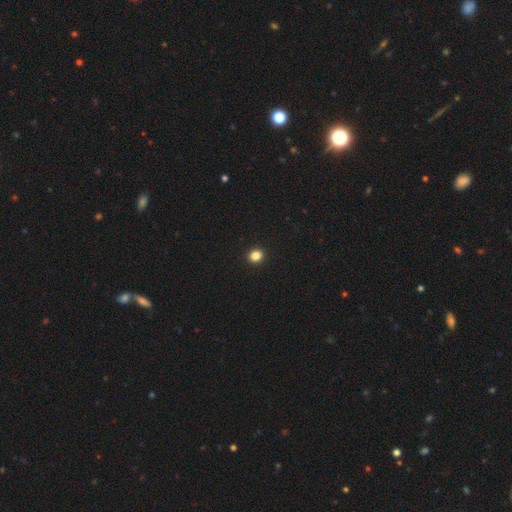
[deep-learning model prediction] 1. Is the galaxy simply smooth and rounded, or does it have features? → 85% smooth, 12% star or artifact, 3% featured or disk.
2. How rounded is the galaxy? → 84% round, 15% in between, 1% cigar-shaped.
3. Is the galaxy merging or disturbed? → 94% none, 4% minor disturbance, 1% major disturbance, 1% merger.